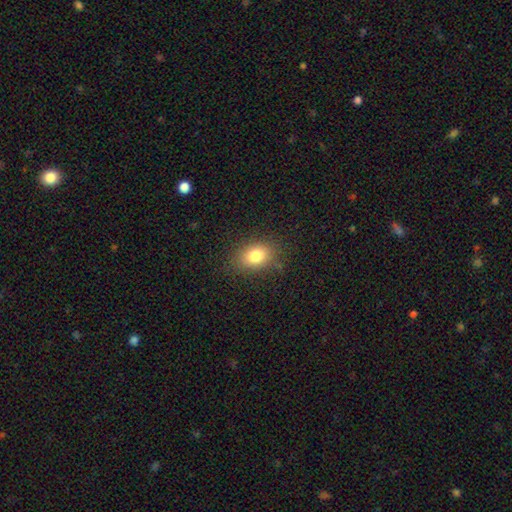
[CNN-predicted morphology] A smooth galaxy with no disk features (80%) that is in between round and cigar-shaped (74%). Merging: none (82%).